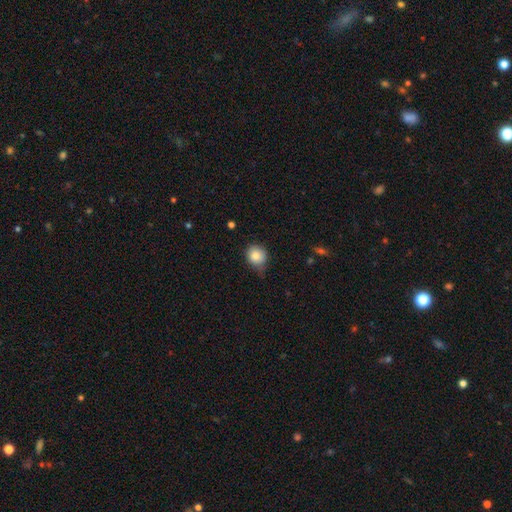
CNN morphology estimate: Smooth or featured? smooth (83%)
How rounded? round (85%)
Merging? none (59%)